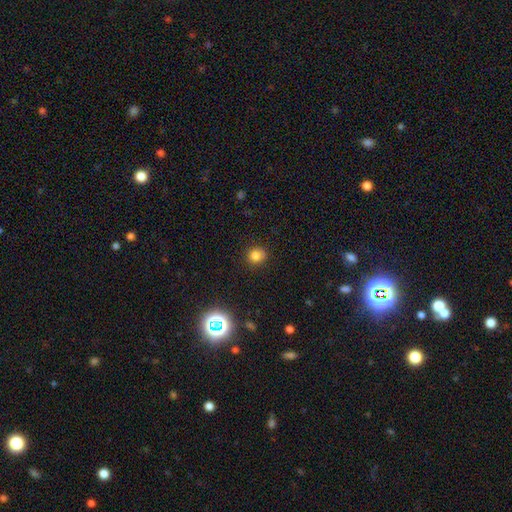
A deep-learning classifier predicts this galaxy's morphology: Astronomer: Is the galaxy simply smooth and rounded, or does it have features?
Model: smooth — 80%.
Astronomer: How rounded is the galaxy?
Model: round — 86%.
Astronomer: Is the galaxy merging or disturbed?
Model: none — 86%.